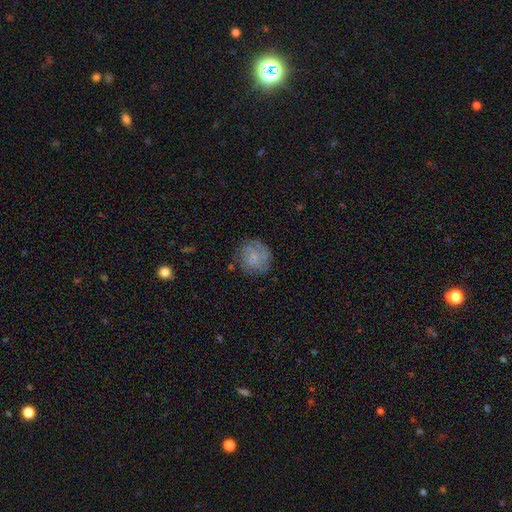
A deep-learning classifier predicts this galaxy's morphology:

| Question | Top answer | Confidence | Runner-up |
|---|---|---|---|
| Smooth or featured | smooth | 50% | featured or disk (40%) |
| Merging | none | 73% | minor disturbance (18%) |